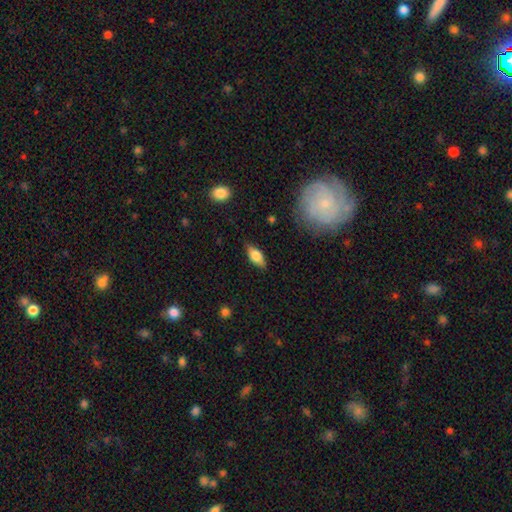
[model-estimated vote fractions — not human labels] Smooth or featured: smooth — 66% (featured or disk — 27%)
How rounded: in between — 79% (cigar-shaped — 18%)
Merging: none — 83% (minor disturbance — 12%)